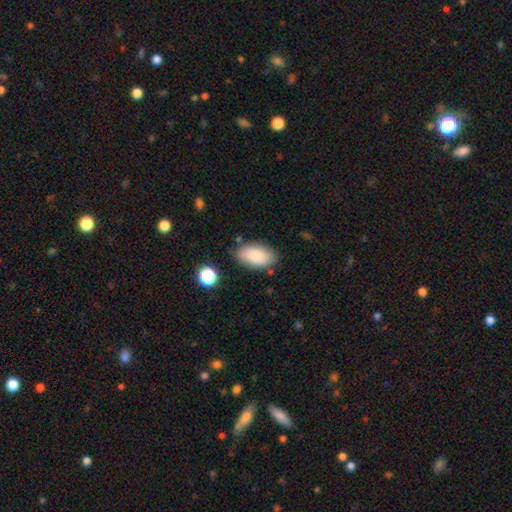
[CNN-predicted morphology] Smooth or featured? Predicted: smooth (p=0.82). How rounded? Predicted: in between (p=0.94). Merging? Predicted: none (p=0.78).